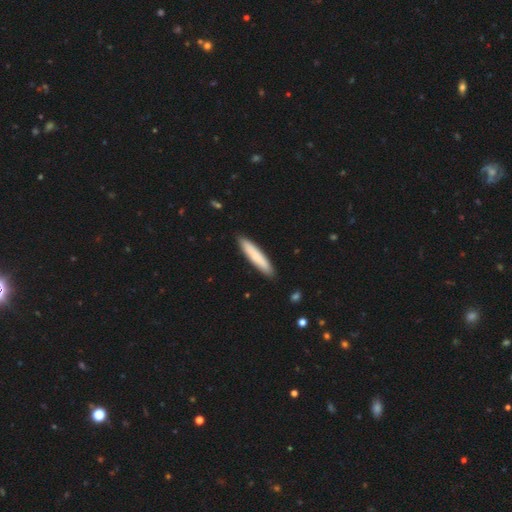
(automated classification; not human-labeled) Smooth or featured? smooth (79%)
How rounded? cigar-shaped (88%)
Merging? none (89%)